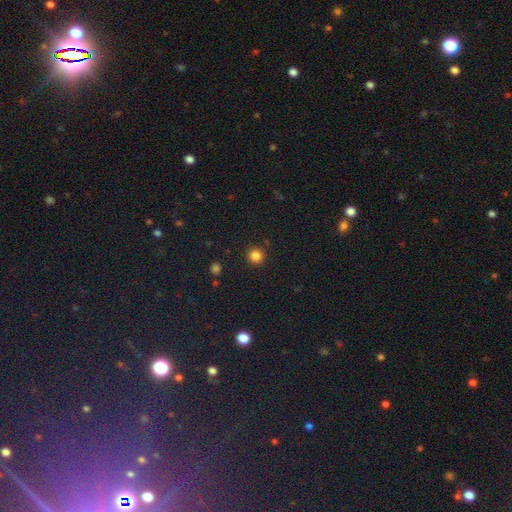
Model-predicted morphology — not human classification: Smooth or featured? Predicted: smooth (p=0.84). How rounded? Predicted: round (p=0.94). Merging? Predicted: none (p=0.92).